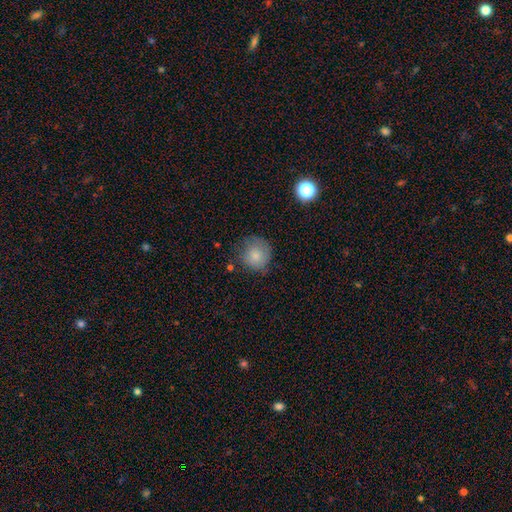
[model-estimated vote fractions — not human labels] This is likely a smooth galaxy (80%). How rounded: clearly round (90%). Merging: likely none (64%).